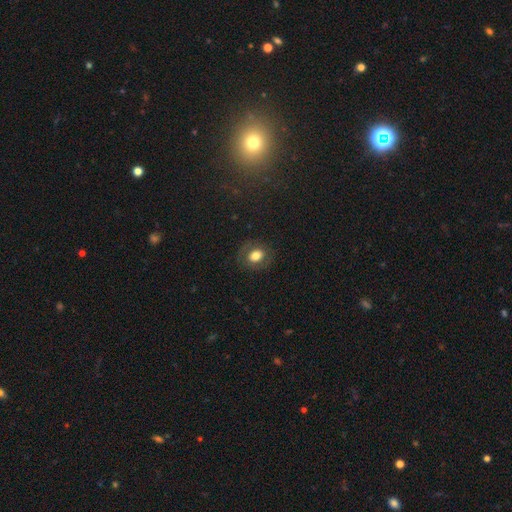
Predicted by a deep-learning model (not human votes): The model was most divided on "how rounded": in between: 52%, round: 47%, cigar-shaped: 1%. More confident: merging — none (83%); smooth or featured — smooth (72%).